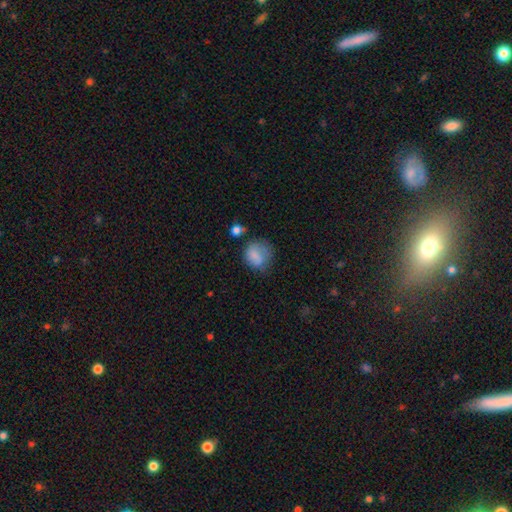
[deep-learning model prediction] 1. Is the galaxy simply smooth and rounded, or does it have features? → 79% smooth, 12% featured or disk, 9% star or artifact.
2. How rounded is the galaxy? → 66% round, 33% in between, 1% cigar-shaped.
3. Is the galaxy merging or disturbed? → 48% none, 30% minor disturbance, 17% major disturbance, 5% merger.